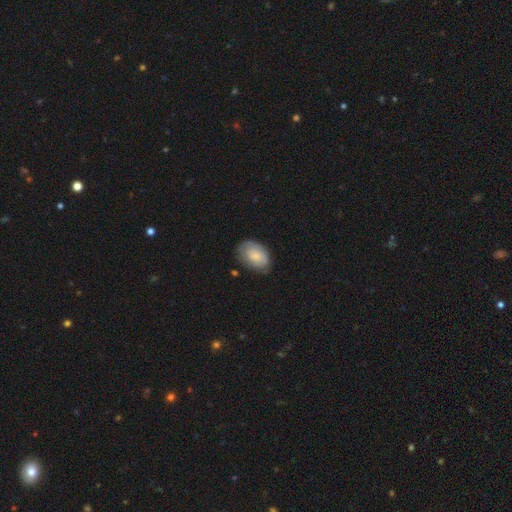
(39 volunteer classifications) A smooth galaxy with no disk features (72%) that is in between round and cigar-shaped (89%). Merging: none (81%).